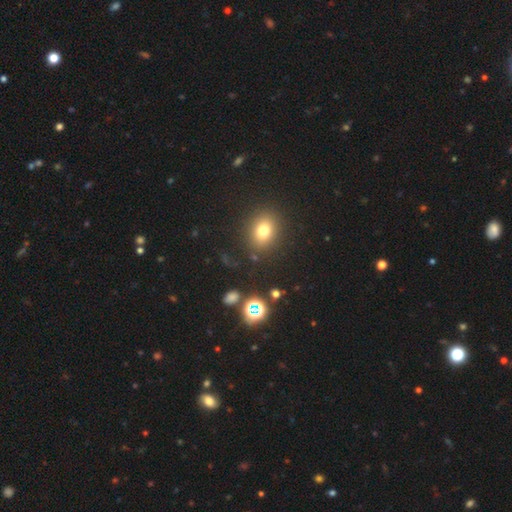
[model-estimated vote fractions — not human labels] The model was most divided on "smooth or featured": smooth: 60%, star or artifact: 32%, featured or disk: 8%. More confident: merging — none (86%); how rounded — round (73%).